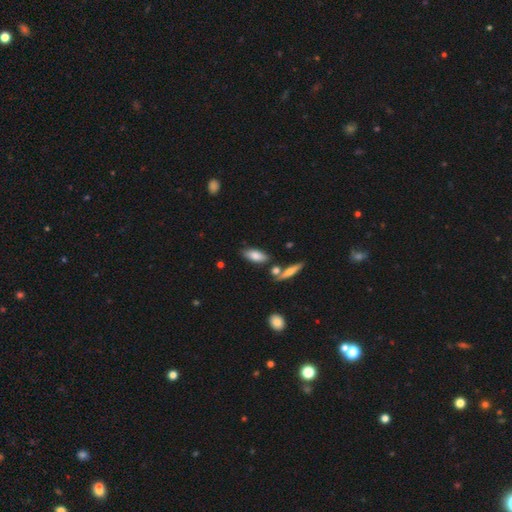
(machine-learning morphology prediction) Smooth or featured? smooth (78%)
How rounded? in between (76%)
Merging? none (73%)